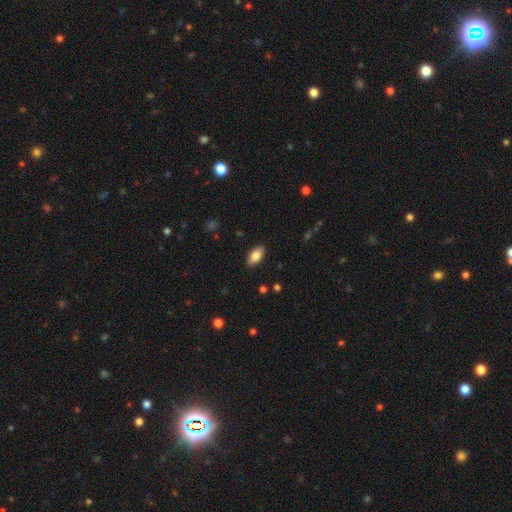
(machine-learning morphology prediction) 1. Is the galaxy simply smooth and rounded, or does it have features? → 79% smooth, 14% featured or disk, 7% star or artifact.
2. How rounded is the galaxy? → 91% in between, 6% cigar-shaped, 3% round.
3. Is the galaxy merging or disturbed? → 89% none, 9% minor disturbance, 2% major disturbance, 1% merger.